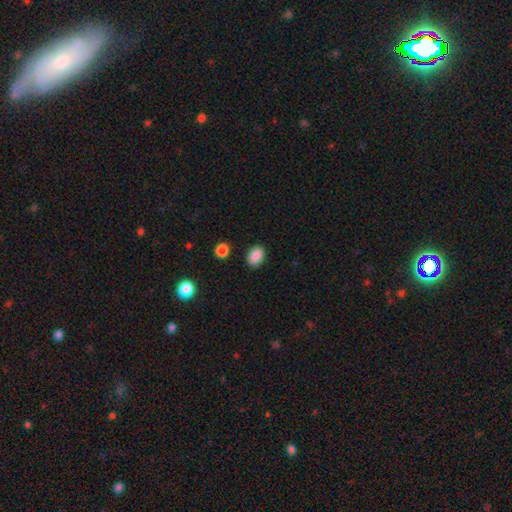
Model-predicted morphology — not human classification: type=smooth (87%); roundness=in between (81%); merging=none (87%).